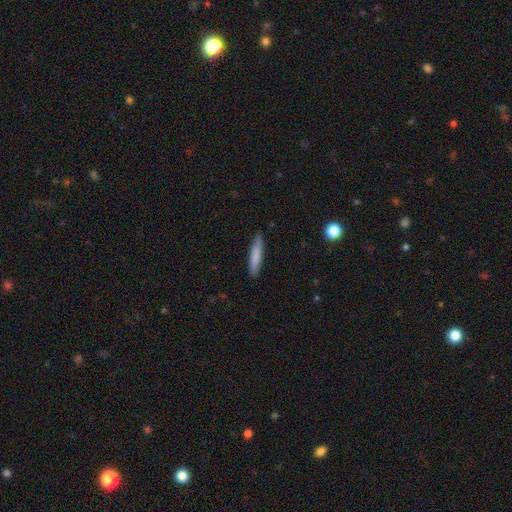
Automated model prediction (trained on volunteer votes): A smooth galaxy with no disk features (80%) that is cigar-shaped (88%).

Vote fractions:
- Smooth or featured? smooth: 80% / featured or disk: 14% / star or artifact: 6%
- How rounded? cigar-shaped: 88% / in between: 11% / round: 1%
- Merging? none: 87% / minor disturbance: 10% / major disturbance: 2% / merger: 1%